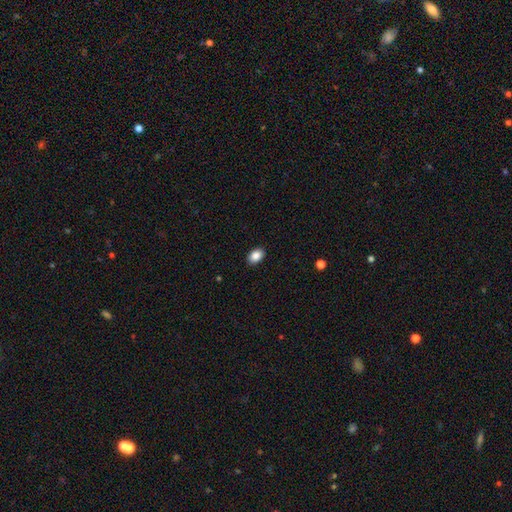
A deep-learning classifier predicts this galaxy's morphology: smooth-or-featured: smooth: 87% | star or artifact: 8% | featured or disk: 5%
  how-rounded: in between: 85% | round: 14% | cigar-shaped: 1%
  merging: none: 90% | minor disturbance: 7% | major disturbance: 2% | merger: 1%